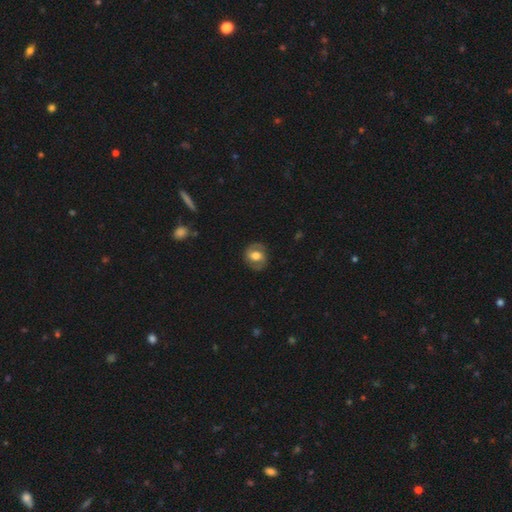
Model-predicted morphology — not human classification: Smooth or featured?
  - featured or disk: 50% *
  - smooth: 43%
  - star or artifact: 7%
Edge-on disk?
  - no: 96% *
  - yes: 4%
Merging?
  - none: 79% *
  - minor disturbance: 14%
  - major disturbance: 6%
  - merger: 1%